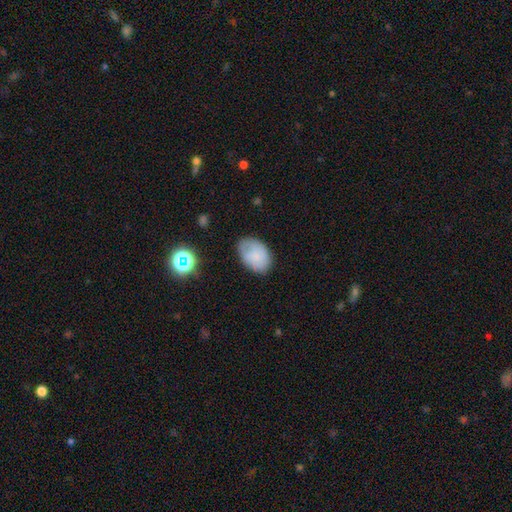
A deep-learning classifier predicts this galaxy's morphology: This appears to be a smooth galaxy with no disk features (77%) that is in between round and cigar-shaped (84%). Merging: none (66%).